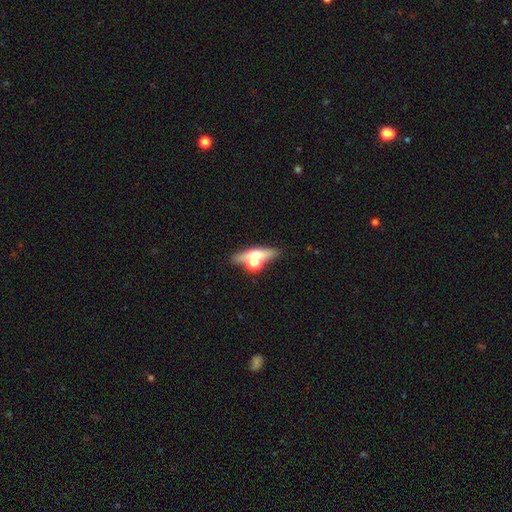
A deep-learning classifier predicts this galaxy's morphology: type=featured or disk (49%); merging=none (54%).